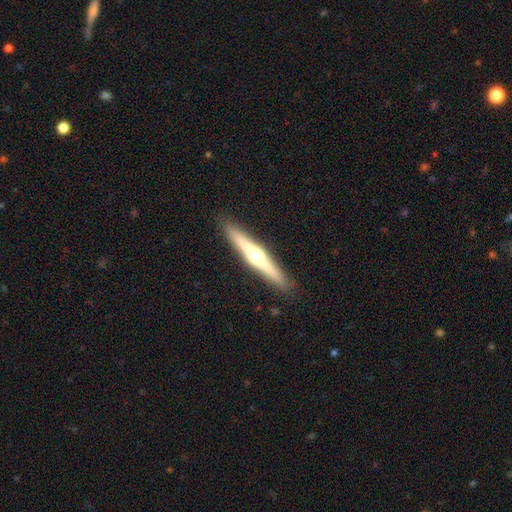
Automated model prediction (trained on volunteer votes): Morphology: type=featured or disk (67%); edge-on=yes (97%); edge-on bulge=rounded (92%); merging=none (91%).